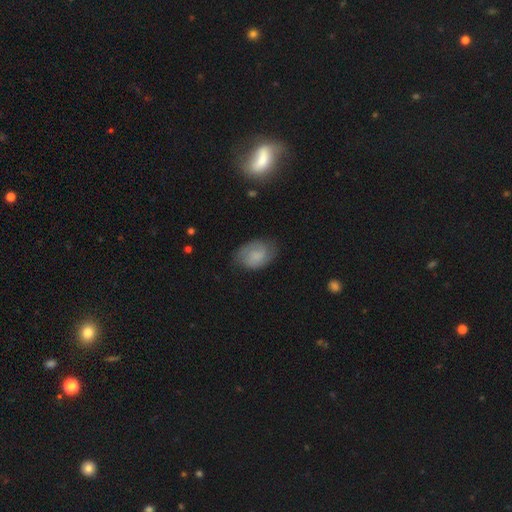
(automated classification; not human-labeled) smooth 53%, featured or disk 39%, star or artifact 8%. Down the decision tree: how rounded — in between (78%); merging — none (71%).